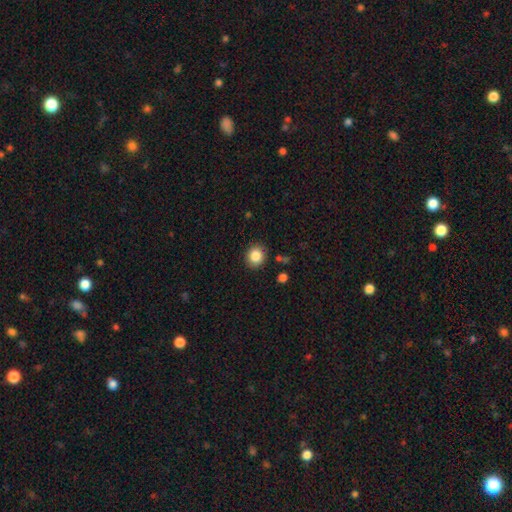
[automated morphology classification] smooth-or-featured: smooth: 86% | star or artifact: 10% | featured or disk: 5%
  how-rounded: round: 85% | in between: 15% | cigar-shaped: 1%
  merging: none: 88% | minor disturbance: 7% | major disturbance: 2% | merger: 2%